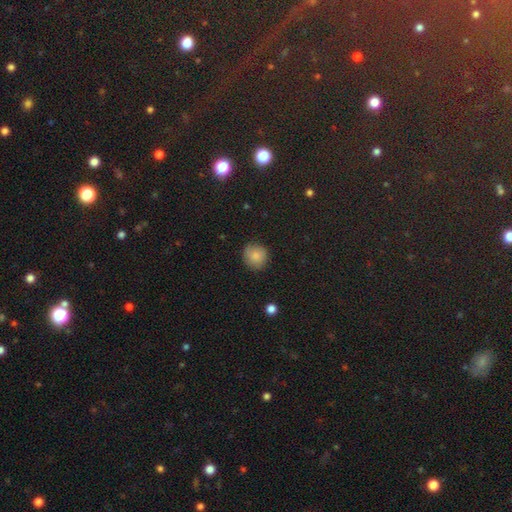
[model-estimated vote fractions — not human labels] A smooth galaxy with no disk features (85%) that is round (90%).

Vote fractions:
- Smooth or featured? smooth: 85% / star or artifact: 9% / featured or disk: 6%
- How rounded? round: 90% / in between: 9% / cigar-shaped: 1%
- Merging? none: 82% / minor disturbance: 14% / major disturbance: 3% / merger: 1%